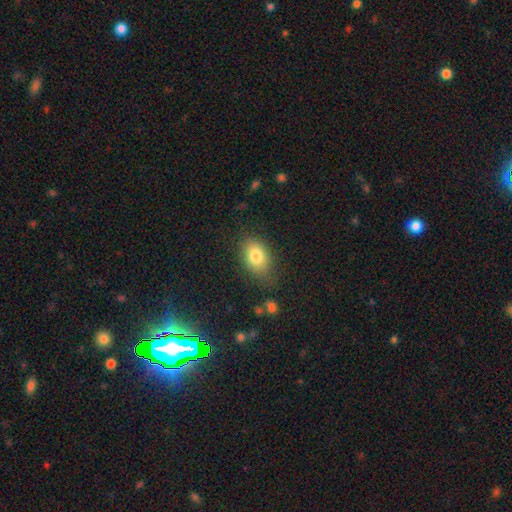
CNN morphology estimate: Q: Smooth or featured?
A: smooth (81%); runner-up: featured or disk (11%)
Q: How rounded?
A: in between (83%); runner-up: round (15%)
Q: Merging?
A: none (73%); runner-up: minor disturbance (19%)